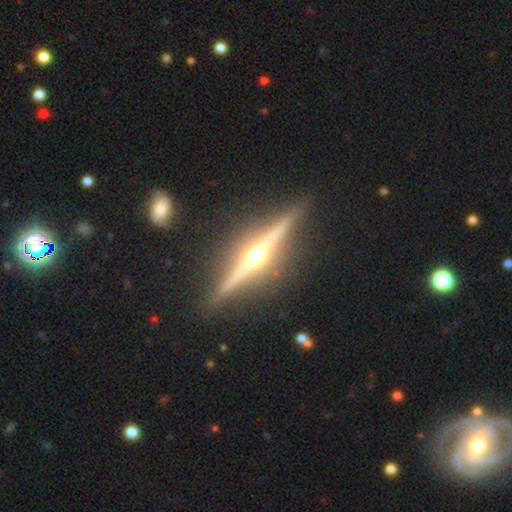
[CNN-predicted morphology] A featured or disk galaxy (88%) viewed edge-on (98%) with a rounded central bulge (95%). Merging: none (90%).